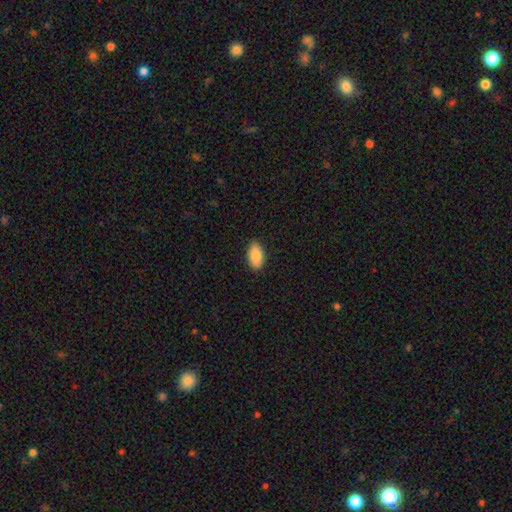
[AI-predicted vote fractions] smooth 88%, star or artifact 6%, featured or disk 6%. Down the decision tree: how rounded — in between (93%); merging — none (88%).